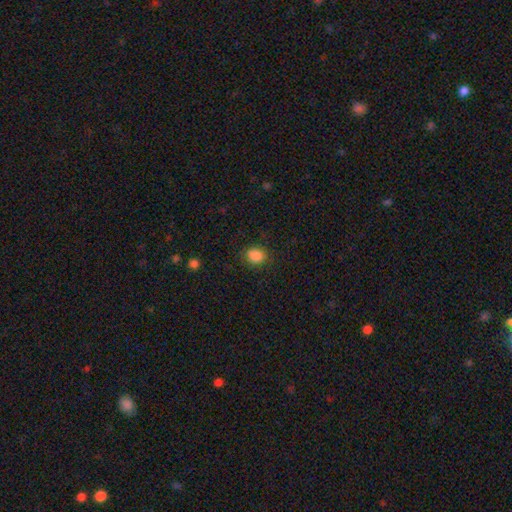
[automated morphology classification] Q: Smooth or featured?
A: smooth (85%); runner-up: star or artifact (10%)
Q: How rounded?
A: round (65%); runner-up: in between (35%)
Q: Merging?
A: none (82%); runner-up: minor disturbance (13%)